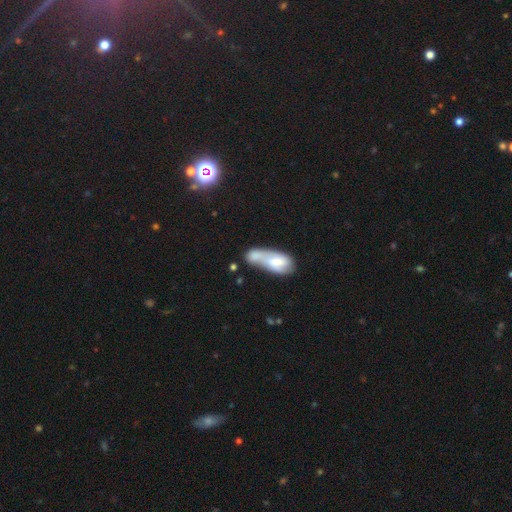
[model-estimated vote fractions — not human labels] smooth 66%, featured or disk 27%, star or artifact 7%. Down the decision tree: how rounded — in between (77%); merging — merger (66%).